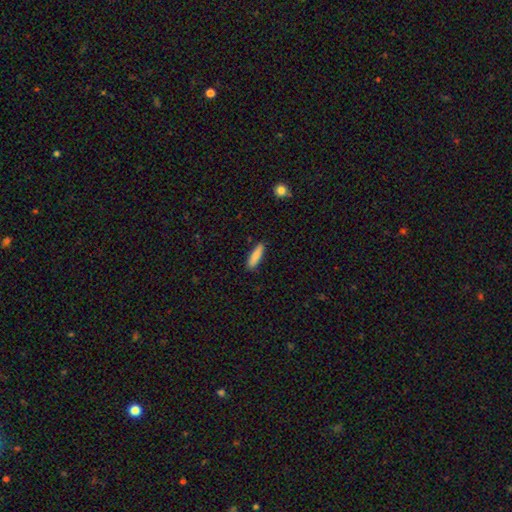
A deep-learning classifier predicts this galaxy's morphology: Smooth or featured? Predicted: smooth (p=0.85). How rounded? Predicted: cigar-shaped (p=0.66). Merging? Predicted: none (p=0.87).